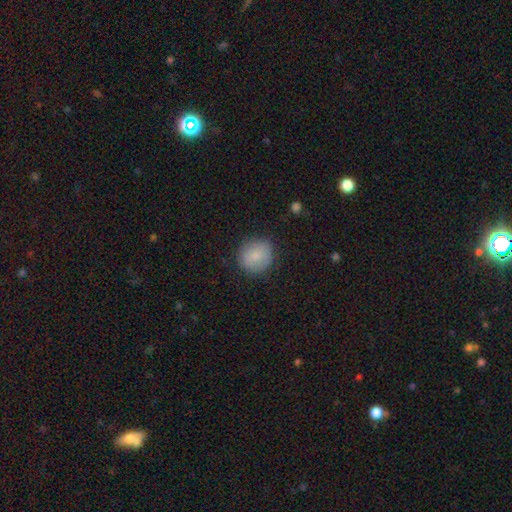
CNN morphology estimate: A smooth galaxy with no disk features (82%) that is round (84%).

Vote fractions:
- Smooth or featured? smooth: 82% / featured or disk: 11% / star or artifact: 7%
- How rounded? round: 84% / in between: 15% / cigar-shaped: 1%
- Merging? none: 83% / minor disturbance: 13% / major disturbance: 3% / merger: 1%